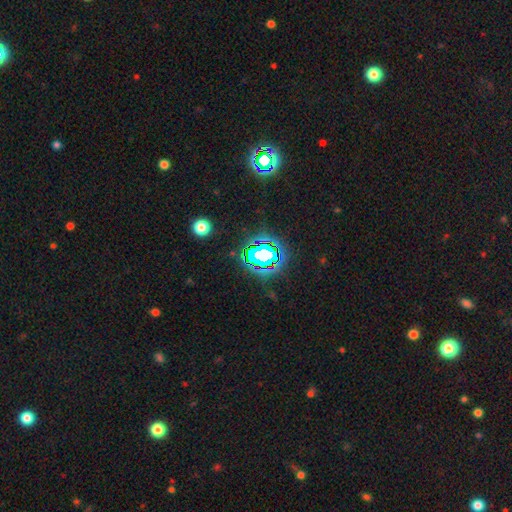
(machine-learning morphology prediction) smooth-or-featured: star or artifact: 73% | smooth: 15% | featured or disk: 11%